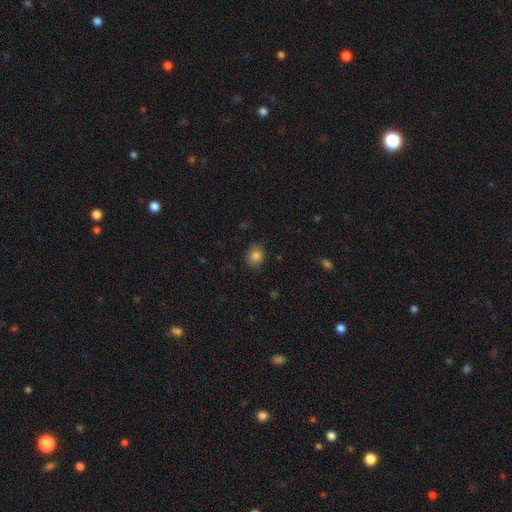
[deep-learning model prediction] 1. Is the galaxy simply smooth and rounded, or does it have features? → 83% smooth, 11% star or artifact, 6% featured or disk.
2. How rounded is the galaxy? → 53% round, 46% in between, 1% cigar-shaped.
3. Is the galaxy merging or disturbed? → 84% none, 12% minor disturbance, 3% major disturbance, 1% merger.